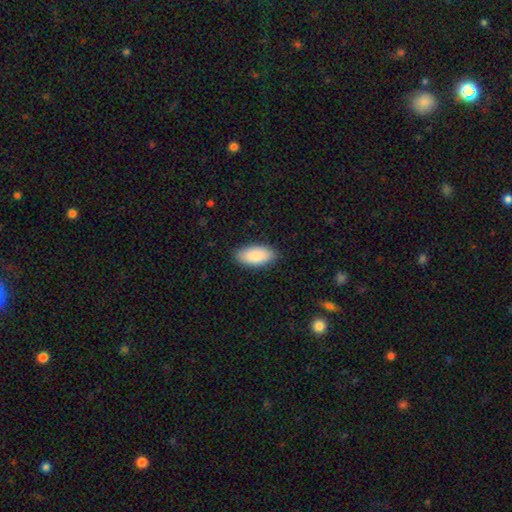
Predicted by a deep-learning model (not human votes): Smooth or featured? Predicted: smooth (p=0.89). How rounded? Predicted: in between (p=0.94). Merging? Predicted: none (p=0.86).